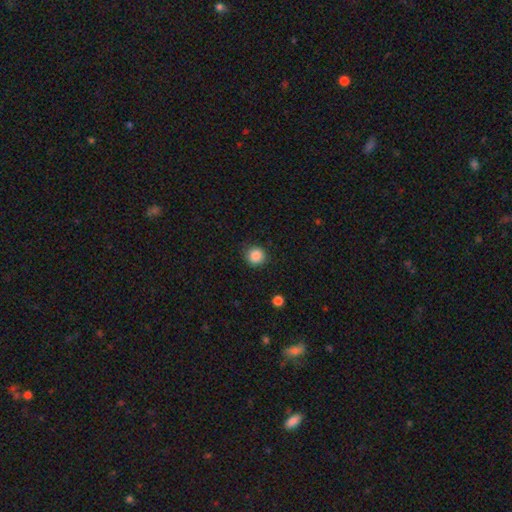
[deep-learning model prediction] Morphology: type=smooth (87%); roundness=round (94%); merging=none (88%).